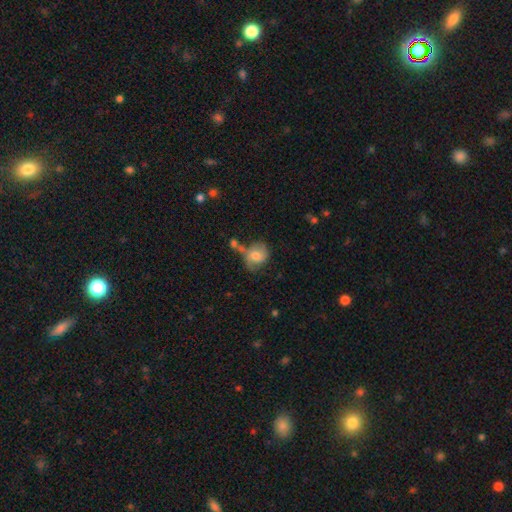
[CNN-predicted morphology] Overall: smooth (61%; featured or disk 30%). How rounded: round (63%; in between 36%). Merging: none (41%; minor disturbance 27%).